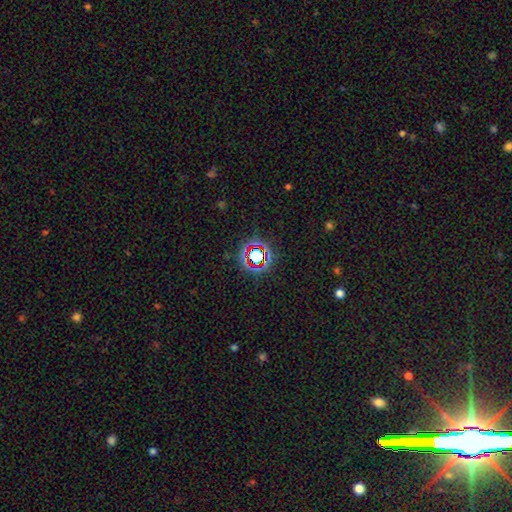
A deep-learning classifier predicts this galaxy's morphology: type=star or artifact (71%).